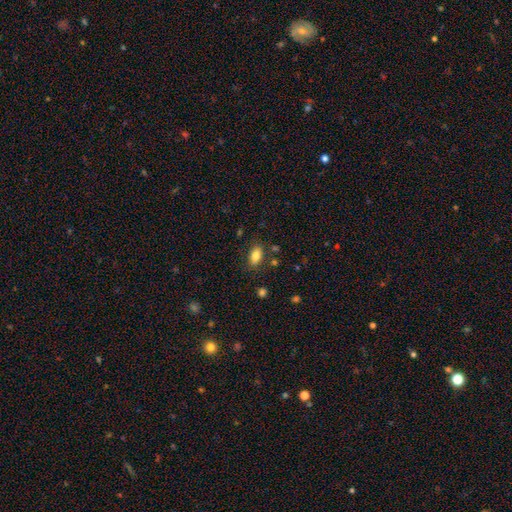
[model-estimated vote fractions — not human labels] smooth 82%, featured or disk 9%, star or artifact 9%. Down the decision tree: how rounded — in between (88%); merging — none (82%).